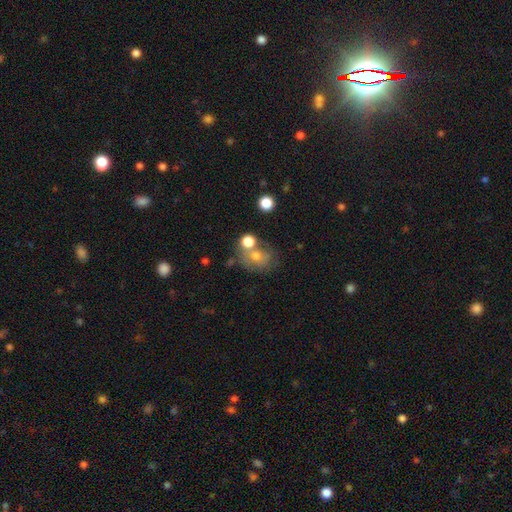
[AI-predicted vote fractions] smooth_or_featured: smooth (p=0.56) [alt: featured or disk p=0.28]
how_rounded: round (p=0.61) [alt: in between p=0.38]
merging: none (p=0.47) [alt: merger p=0.26]